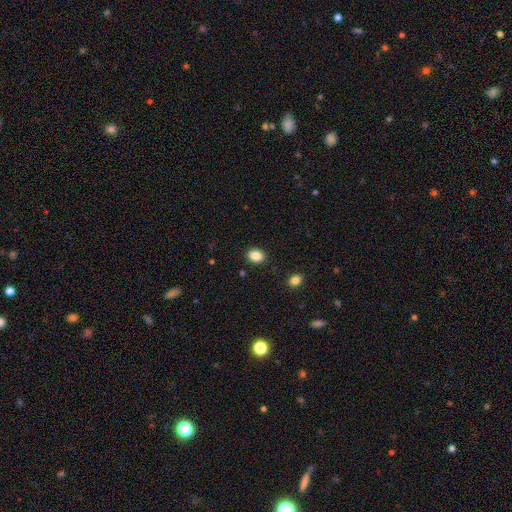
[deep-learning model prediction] smooth 87%, star or artifact 9%, featured or disk 4%. Down the decision tree: how rounded — in between (64%); merging — none (89%).